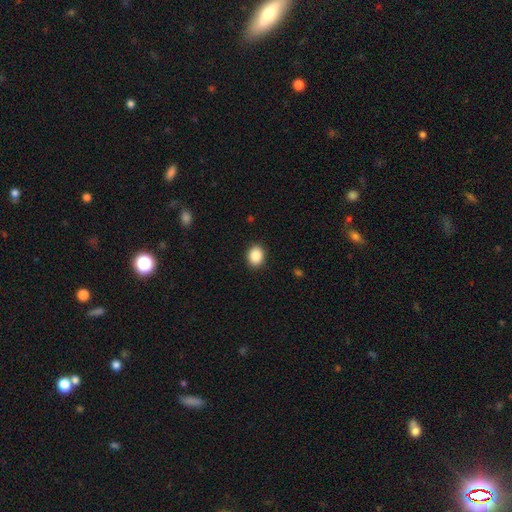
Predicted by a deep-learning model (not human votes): Smooth or featured?
  - smooth: 88% *
  - star or artifact: 8%
  - featured or disk: 4%
How rounded?
  - in between: 57% *
  - round: 42%
  - cigar-shaped: 1%
Merging?
  - none: 90% *
  - minor disturbance: 7%
  - major disturbance: 2%
  - merger: 1%